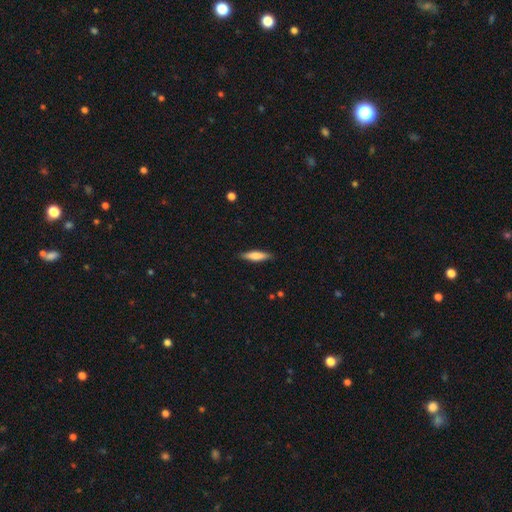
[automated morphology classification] A smooth galaxy with no disk features (67%) that is cigar-shaped (72%). Merging: none (88%).